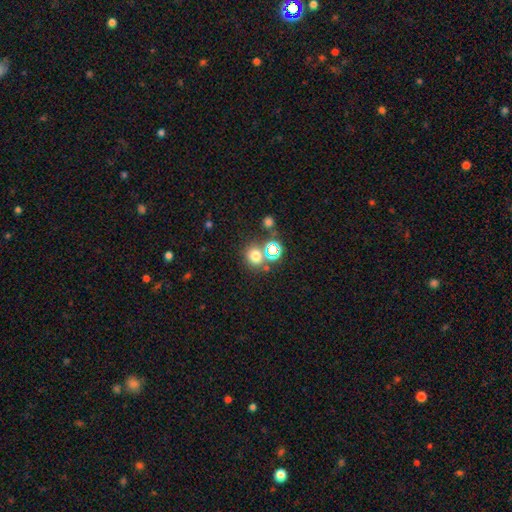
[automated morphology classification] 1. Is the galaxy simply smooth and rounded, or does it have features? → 68% smooth, 24% star or artifact, 8% featured or disk.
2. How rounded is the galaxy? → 81% round, 18% in between, 1% cigar-shaped.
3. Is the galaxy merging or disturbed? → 69% none, 18% merger, 9% minor disturbance, 4% major disturbance.